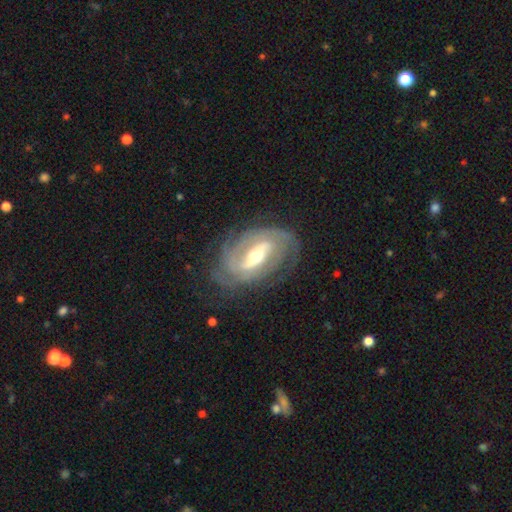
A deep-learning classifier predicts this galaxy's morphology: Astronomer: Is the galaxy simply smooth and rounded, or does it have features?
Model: featured or disk — 86%.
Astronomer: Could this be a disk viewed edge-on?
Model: no — 94%.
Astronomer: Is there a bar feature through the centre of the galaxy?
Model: strong — 58%.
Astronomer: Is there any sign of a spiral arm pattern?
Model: yes — 93%.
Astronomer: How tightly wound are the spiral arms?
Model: tight — 55% (runner-up: medium, 33%).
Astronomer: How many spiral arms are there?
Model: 2 — 49%.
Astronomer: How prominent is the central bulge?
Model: moderate — 63%.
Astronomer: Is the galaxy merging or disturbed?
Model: none — 73%.